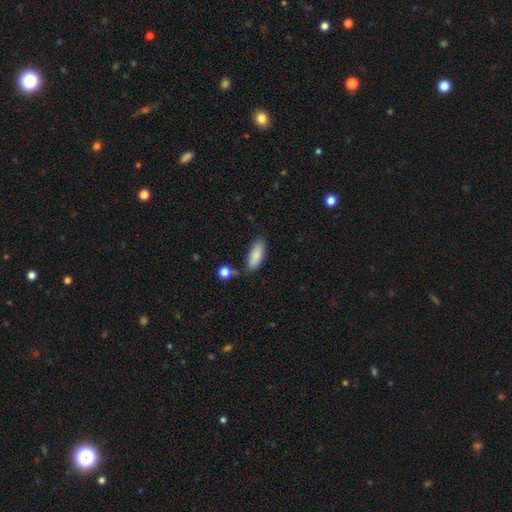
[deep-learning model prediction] Smooth or featured?
  - smooth: 87% *
  - featured or disk: 7%
  - star or artifact: 7%
How rounded?
  - in between: 80% *
  - cigar-shaped: 18%
  - round: 2%
Merging?
  - none: 70% *
  - minor disturbance: 18%
  - merger: 7%
  - major disturbance: 5%